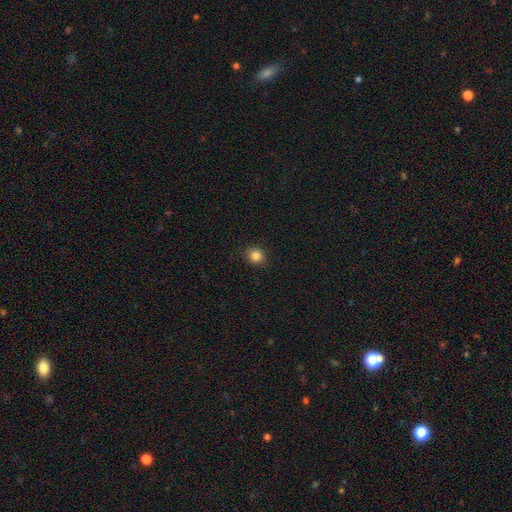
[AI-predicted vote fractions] Smooth or featured? Predicted: smooth (p=0.84). How rounded? Predicted: round (p=0.82). Merging? Predicted: none (p=0.90).